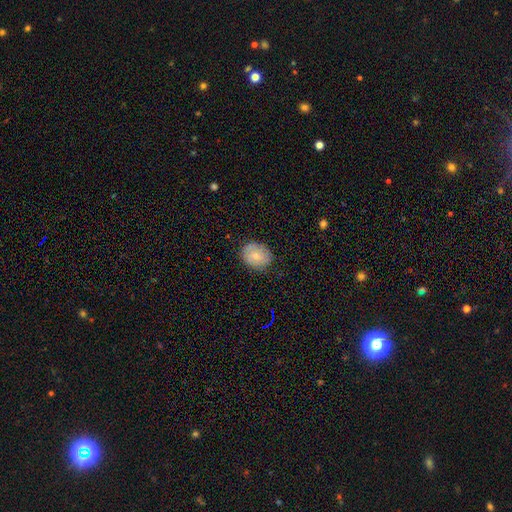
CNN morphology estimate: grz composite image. It shows a smooth galaxy with no disk features (69%) that is in between round and cigar-shaped (51%). Merging: none (79%).